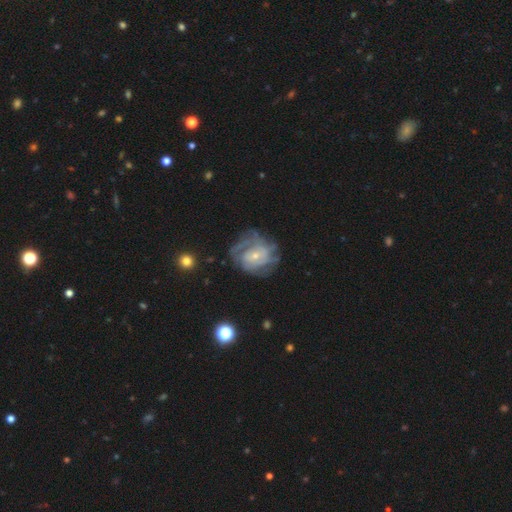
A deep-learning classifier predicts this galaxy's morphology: Smooth or featured?
  - featured or disk: 77% *
  - smooth: 16%
  - star or artifact: 7%
Edge-on disk?
  - no: 97% *
  - yes: 3%
Bar?
  - no: 69% *
  - weak: 26%
  - strong: 5%
Spiral arms?
  - yes: 83% *
  - no: 17%
Spiral winding?
  - tight: 53% *
  - medium: 34%
  - loose: 13%
Spiral arm count?
  - can't tell: 47% *
  - 2: 17%
  - 3: 15%
  - 4: 10%
  - more than 4: 5%
  - 1: 5%
Bulge size?
  - small: 68% *
  - moderate: 27%
  - none: 2%
  - large: 2%
  - dominant: 1%
Merging?
  - none: 60% *
  - minor disturbance: 21%
  - major disturbance: 17%
  - merger: 2%